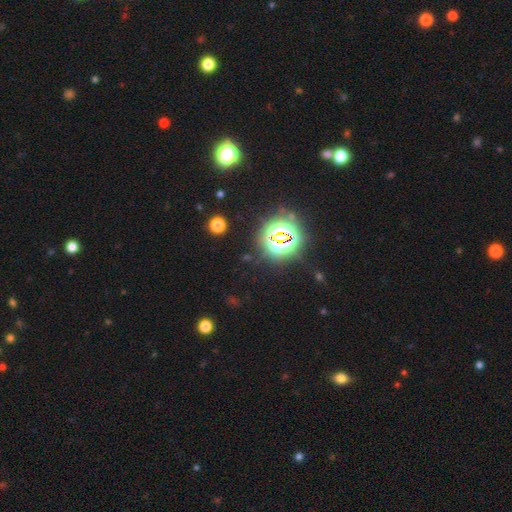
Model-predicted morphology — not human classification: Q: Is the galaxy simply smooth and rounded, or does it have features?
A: star or artifact — 80%.